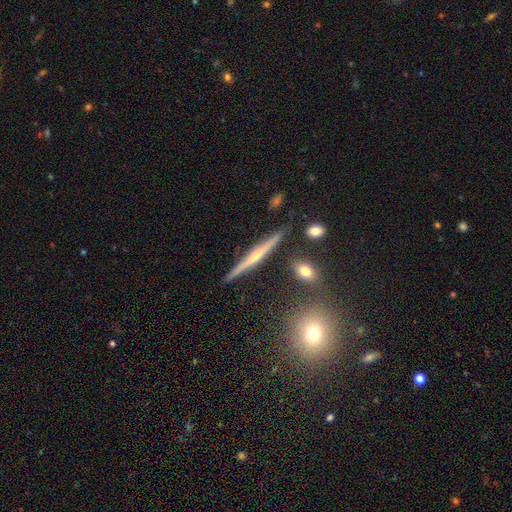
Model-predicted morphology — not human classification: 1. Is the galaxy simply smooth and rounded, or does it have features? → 76% featured or disk, 17% smooth, 7% star or artifact.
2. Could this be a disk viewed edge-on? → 97% yes, 3% no.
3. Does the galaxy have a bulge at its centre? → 82% rounded, 13% none, 5% boxy.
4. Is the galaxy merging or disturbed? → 87% none, 8% minor disturbance, 3% merger, 2% major disturbance.